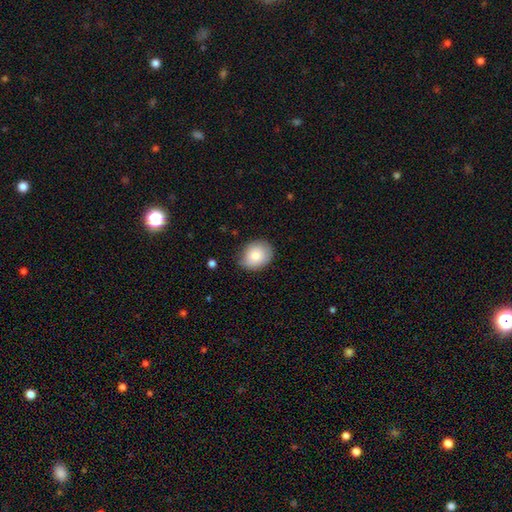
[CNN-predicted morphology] Smooth or featured? Predicted: smooth (p=0.81). How rounded? Predicted: round (p=0.50). Merging? Predicted: none (p=0.75).